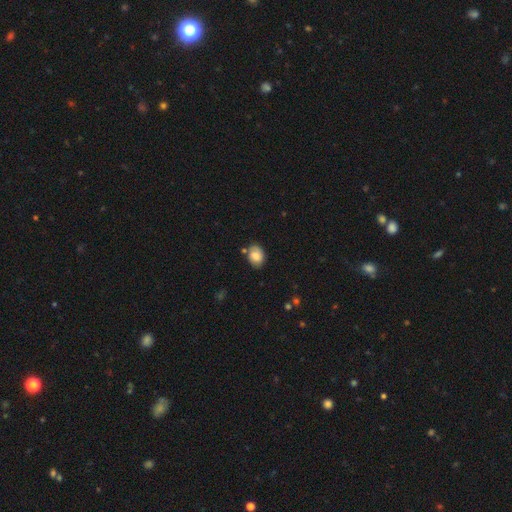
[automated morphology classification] Smooth or featured?
  - smooth: 76% *
  - featured or disk: 16%
  - star or artifact: 8%
How rounded?
  - in between: 65% *
  - round: 34%
  - cigar-shaped: 1%
Merging?
  - none: 71% *
  - minor disturbance: 19%
  - merger: 6%
  - major disturbance: 4%